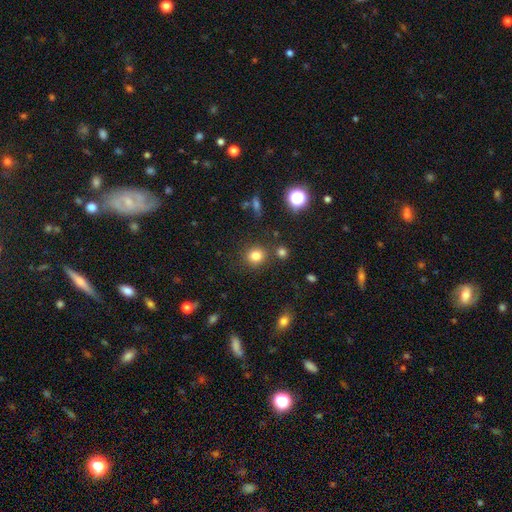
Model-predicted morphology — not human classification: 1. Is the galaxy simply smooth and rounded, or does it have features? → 81% smooth, 14% star or artifact, 6% featured or disk.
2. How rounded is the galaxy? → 85% round, 14% in between, 1% cigar-shaped.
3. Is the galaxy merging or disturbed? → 82% none, 9% minor disturbance, 6% merger, 3% major disturbance.